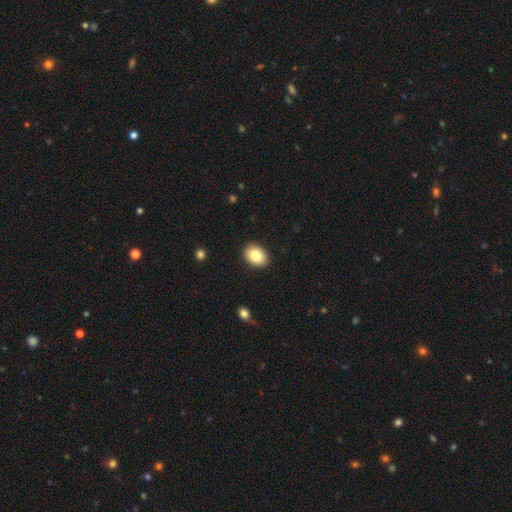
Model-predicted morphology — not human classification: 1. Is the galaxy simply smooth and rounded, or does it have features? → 85% smooth, 8% star or artifact, 8% featured or disk.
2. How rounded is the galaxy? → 71% in between, 28% round, 1% cigar-shaped.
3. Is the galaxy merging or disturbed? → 89% none, 8% minor disturbance, 2% major disturbance, 1% merger.